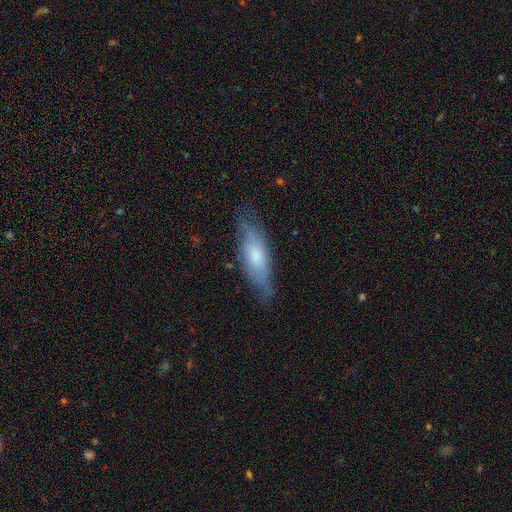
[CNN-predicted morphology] smooth-or-featured: smooth: 51% | featured or disk: 42% | star or artifact: 7%
  how-rounded: in between: 55% | cigar-shaped: 43% | round: 2%
  merging: none: 66% | minor disturbance: 26% | major disturbance: 7% | merger: 1%